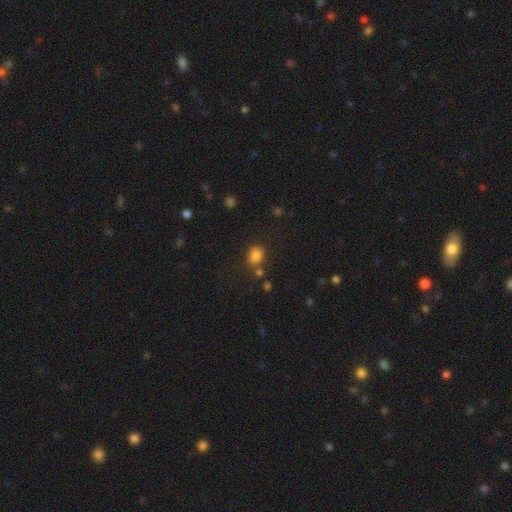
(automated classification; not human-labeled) Q: Smooth or featured?
A: smooth (81%); runner-up: star or artifact (13%)
Q: How rounded?
A: round (55%); runner-up: in between (44%)
Q: Merging?
A: none (73%); runner-up: minor disturbance (12%)